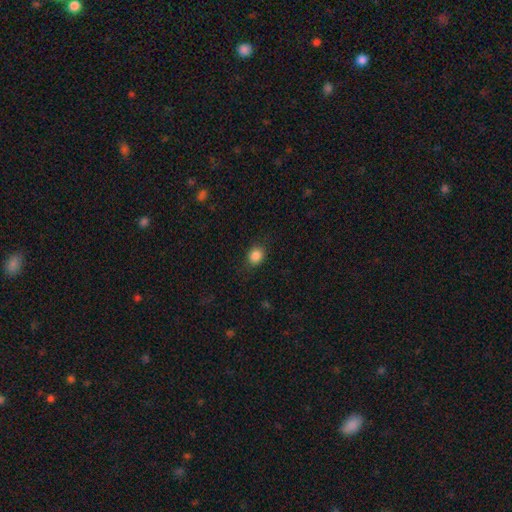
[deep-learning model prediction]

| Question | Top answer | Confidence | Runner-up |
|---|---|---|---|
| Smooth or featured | smooth | 86% | star or artifact (10%) |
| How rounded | round | 63% | in between (35%) |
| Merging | none | 83% | minor disturbance (12%) |